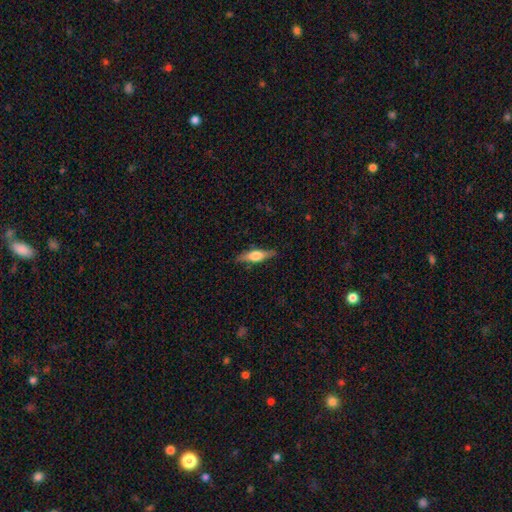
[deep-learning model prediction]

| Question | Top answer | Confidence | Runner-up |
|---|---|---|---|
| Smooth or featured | featured or disk | 49% | smooth (45%) |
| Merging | none | 85% | minor disturbance (11%) |